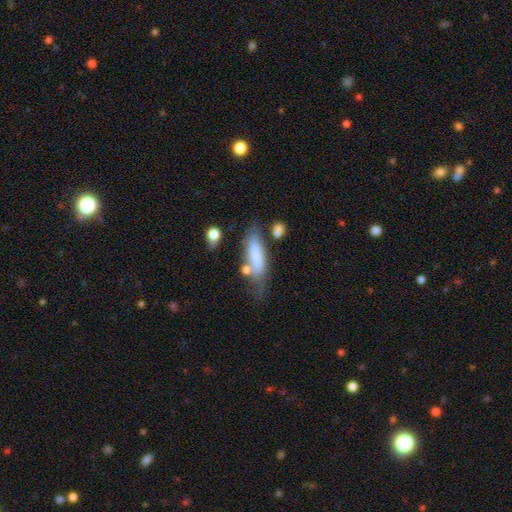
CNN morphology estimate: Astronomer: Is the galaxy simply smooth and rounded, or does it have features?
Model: smooth — 66%.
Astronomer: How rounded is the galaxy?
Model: cigar-shaped — 58% (runner-up: in between, 40%).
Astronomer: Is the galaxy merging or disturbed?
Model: none — 50% (runner-up: minor disturbance, 27%).